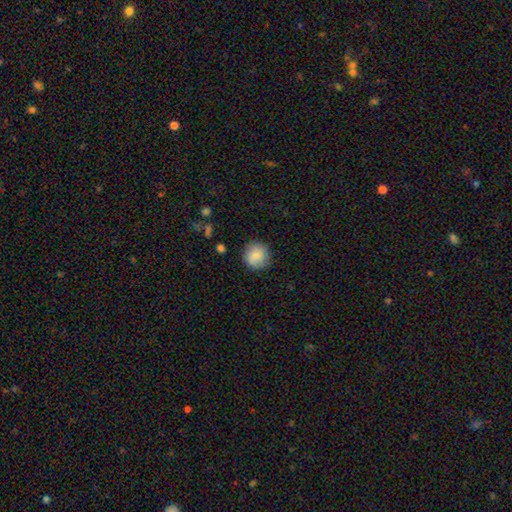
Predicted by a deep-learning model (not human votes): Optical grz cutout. It shows a smooth galaxy with no disk features (84%) that is round (93%). Merging: none (86%).